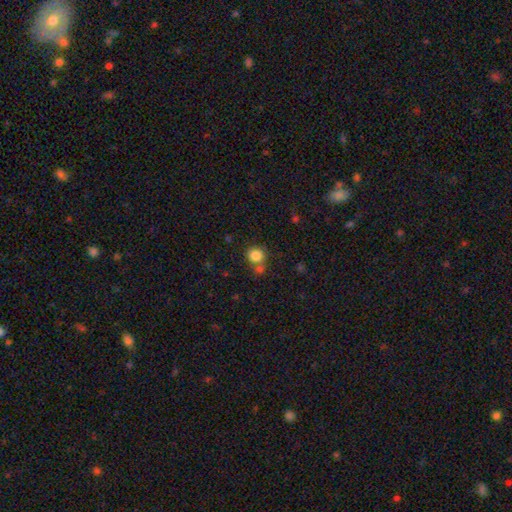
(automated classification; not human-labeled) This is clearly a smooth galaxy (83%). How rounded: clearly round (88%). Merging: likely none (64%).